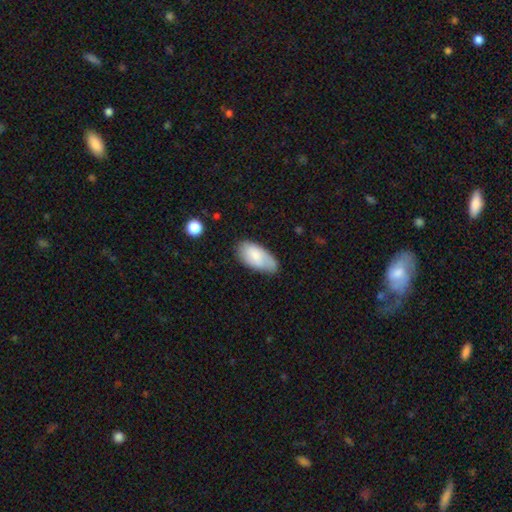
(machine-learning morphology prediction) smooth 79%, featured or disk 15%, star or artifact 6%. Down the decision tree: how rounded — in between (94%); merging — none (63%).